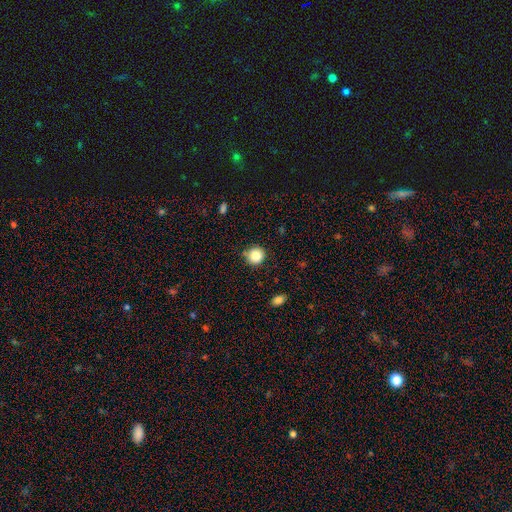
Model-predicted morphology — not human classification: smooth-or-featured: smooth: 84% | star or artifact: 10% | featured or disk: 6%
  how-rounded: round: 92% | in between: 7% | cigar-shaped: 1%
  merging: none: 81% | minor disturbance: 13% | merger: 3% | major disturbance: 3%